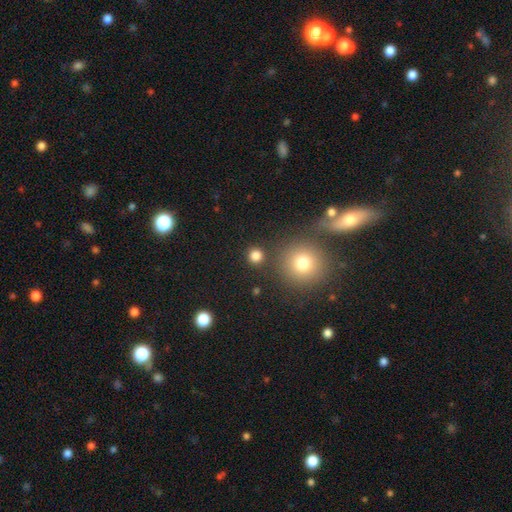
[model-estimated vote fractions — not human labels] The model was most divided on "smooth or featured": smooth: 82%, star or artifact: 14%, featured or disk: 4%. More confident: how rounded — round (92%); merging — none (87%).